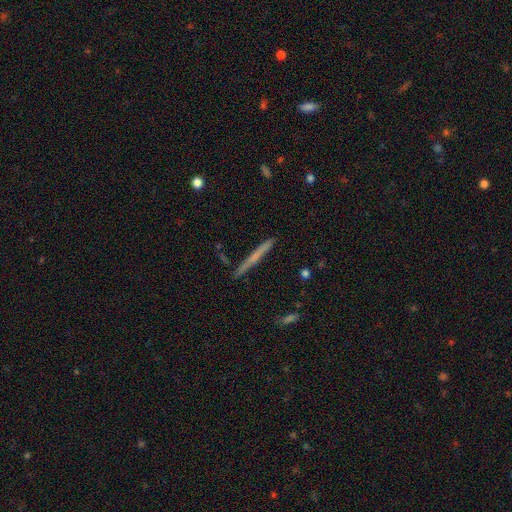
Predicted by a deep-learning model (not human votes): smooth-or-featured: featured or disk: 48% | smooth: 45% | star or artifact: 6%
  merging: none: 90% | minor disturbance: 7% | major disturbance: 1% | merger: 1%